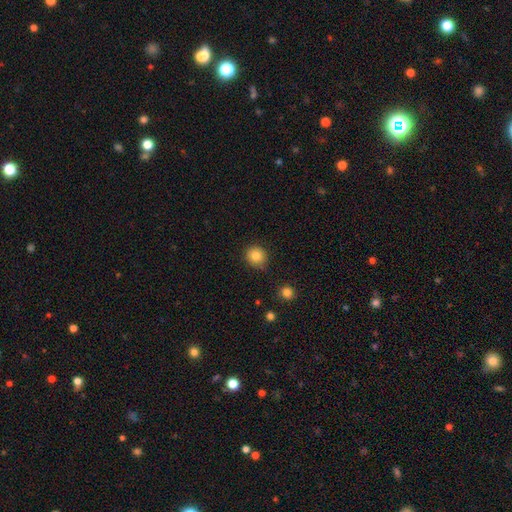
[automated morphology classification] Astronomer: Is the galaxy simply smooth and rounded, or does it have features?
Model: smooth — 85%.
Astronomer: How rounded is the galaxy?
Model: round — 88%.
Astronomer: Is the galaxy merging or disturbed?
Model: none — 83%.